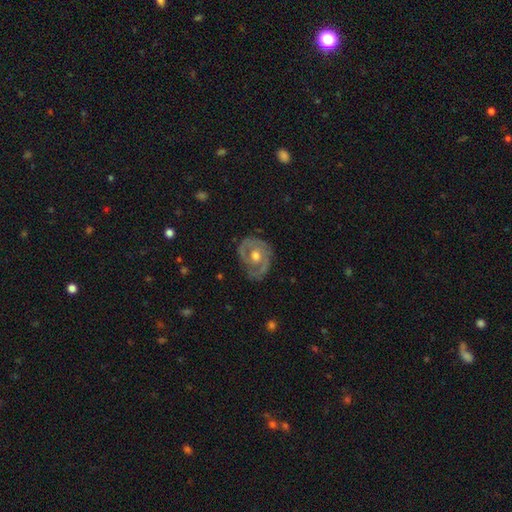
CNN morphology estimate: A featured or disk galaxy (76%) with no bar (76%), 2 (51%) tight (53%) spiral arms (74%) and a moderate central bulge (75%).

Vote fractions:
- Smooth or featured? featured or disk: 76% / smooth: 19% / star or artifact: 6%
- Edge-on disk? no: 96% / yes: 4%
- Bar? no: 76% / weak: 20% / strong: 4%
- Spiral arms? yes: 74% / no: 26%
- Spiral winding? tight: 53% / medium: 35% / loose: 12%
- Spiral arm count? 2: 51% / can't tell: 22% / 1: 16% / 3: 7% / 4: 2% / more than 4: 2%
- Bulge size? moderate: 75% / large: 13% / small: 10% / none: 1% / dominant: 1%
- Merging? none: 70% / minor disturbance: 20% / major disturbance: 9% / merger: 1%